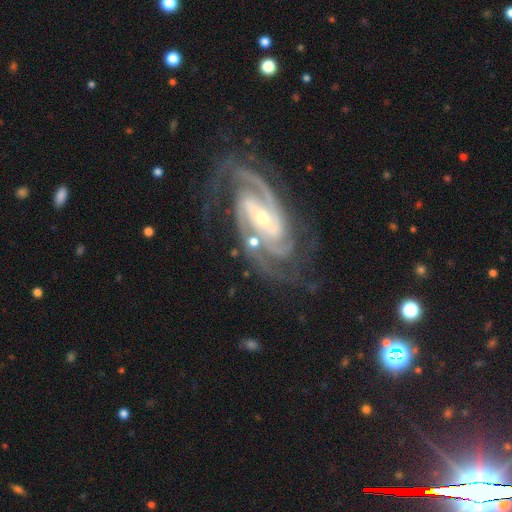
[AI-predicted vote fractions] A featured or disk galaxy (93%) with no bar (35%), 2 (46%) tight (58%) spiral arms (99%) and a small central bulge (64%). Merging: none (74%).